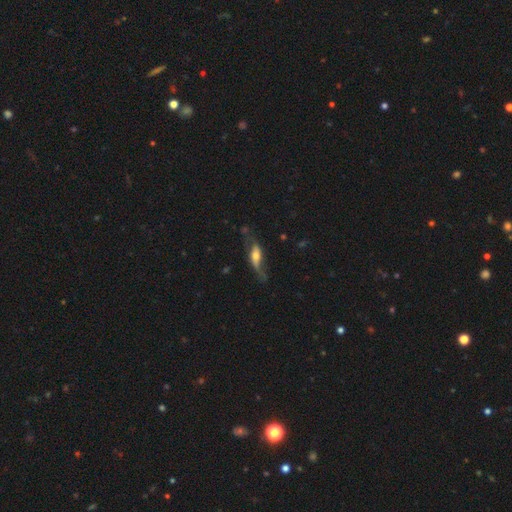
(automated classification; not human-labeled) Q: Smooth or featured?
A: featured or disk (65%); runner-up: smooth (28%)
Q: Edge-on disk?
A: no (63%); runner-up: yes (37%)
Q: Merging?
A: none (48%); runner-up: minor disturbance (26%)